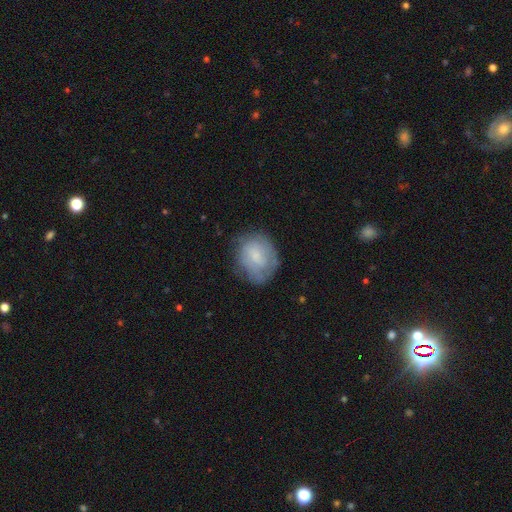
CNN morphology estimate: type=smooth (57%); roundness=round (57%); merging=none (64%).